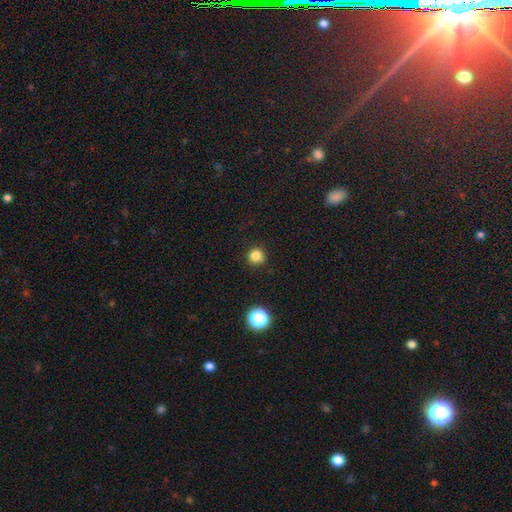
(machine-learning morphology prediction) type=smooth (82%); roundness=round (92%); merging=none (85%).